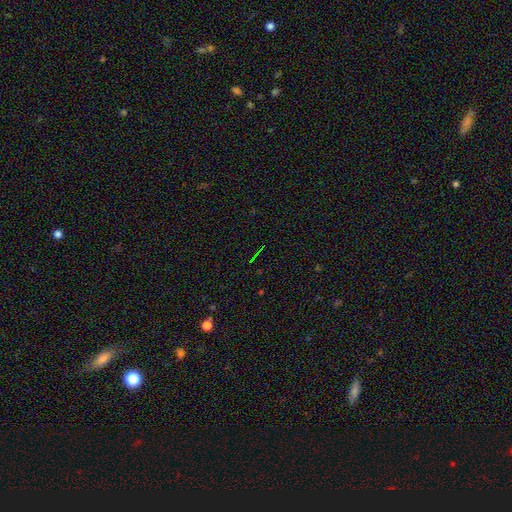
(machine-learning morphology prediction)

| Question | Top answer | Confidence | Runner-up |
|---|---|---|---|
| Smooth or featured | star or artifact | 74% | smooth (13%) |